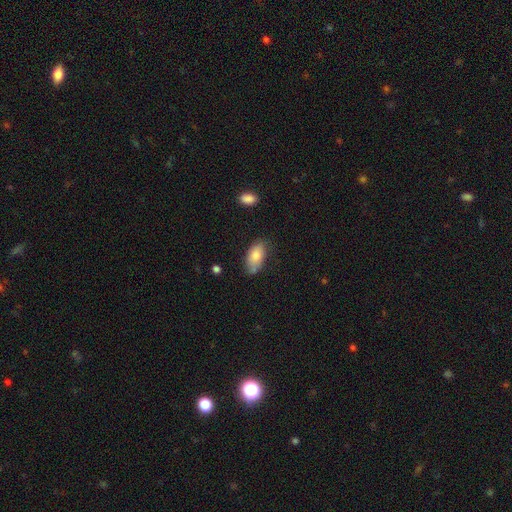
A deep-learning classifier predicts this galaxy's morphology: This appears to be a smooth galaxy with no disk features (81%) that is in between round and cigar-shaped (92%). Merging: none (65%).